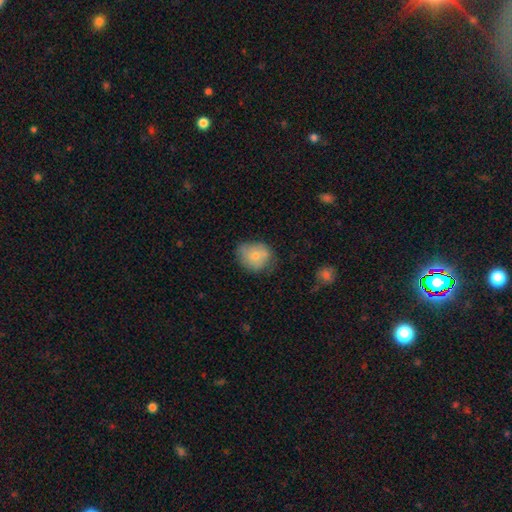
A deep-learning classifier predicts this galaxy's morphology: smooth_or_featured: smooth (p=0.73) [alt: featured or disk p=0.19]
how_rounded: round (p=0.67) [alt: in between p=0.32]
merging: none (p=0.54) [alt: minor disturbance p=0.31]